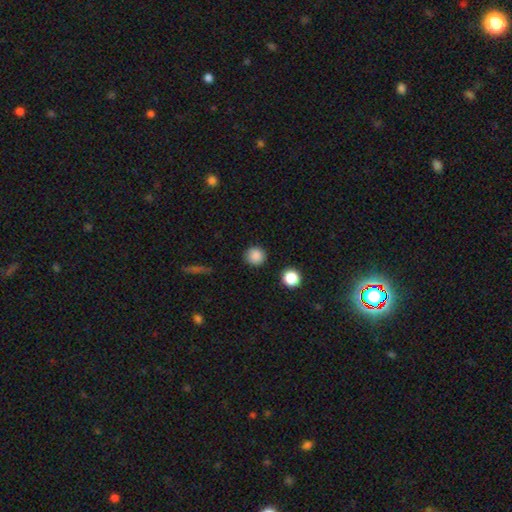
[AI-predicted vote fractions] Smooth or featured: smooth — 86% (star or artifact — 10%)
How rounded: round — 94% (in between — 5%)
Merging: none — 89% (minor disturbance — 7%)